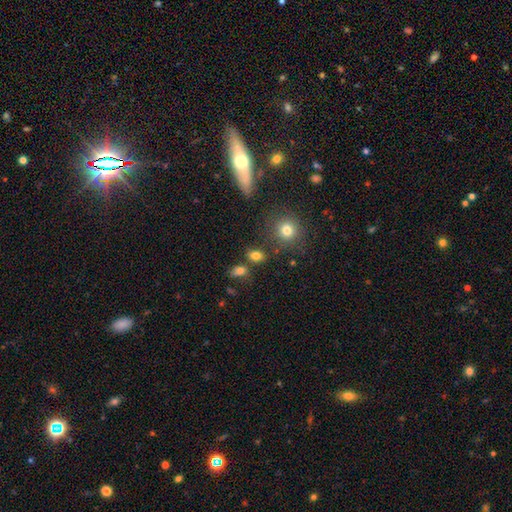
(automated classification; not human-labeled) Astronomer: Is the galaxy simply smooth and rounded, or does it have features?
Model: smooth — 79%.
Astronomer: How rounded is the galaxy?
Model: in between — 77%.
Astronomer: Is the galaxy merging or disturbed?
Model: none — 68%.